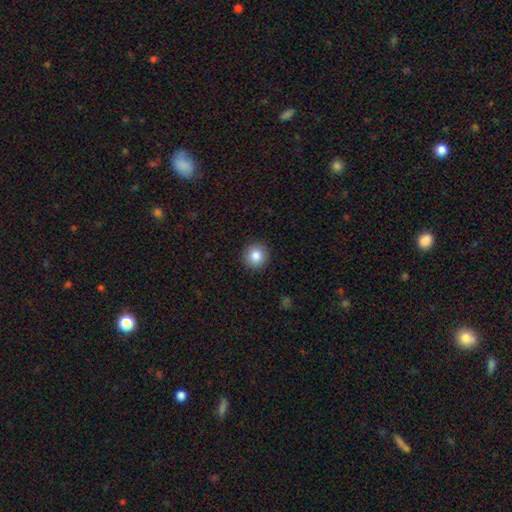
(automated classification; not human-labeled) This appears to be a smooth galaxy with no disk features (85%) that is round (94%). Merging: none (92%).